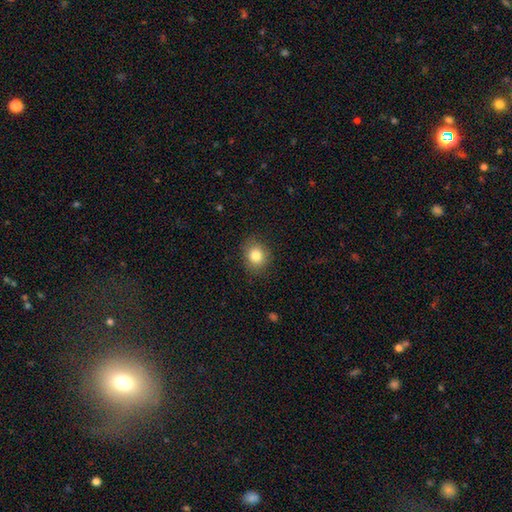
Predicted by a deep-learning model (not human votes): Q: Smooth or featured?
A: smooth (82%); runner-up: star or artifact (10%)
Q: How rounded?
A: round (68%); runner-up: in between (31%)
Q: Merging?
A: none (86%); runner-up: minor disturbance (10%)